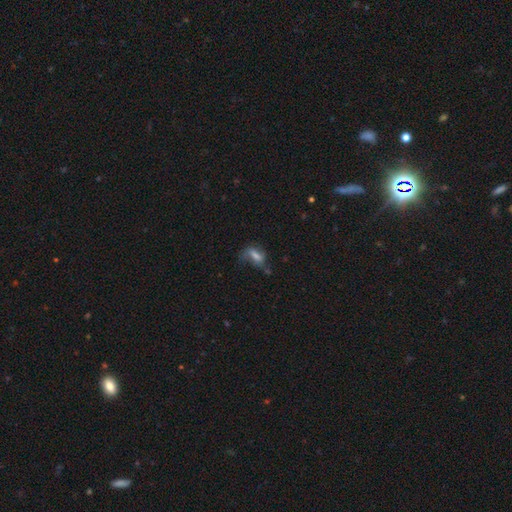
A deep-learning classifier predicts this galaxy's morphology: The model was most divided on "merging": none: 36%, major disturbance: 30%, minor disturbance: 27%, merger: 7%. Remaining: smooth or featured — smooth (50%).